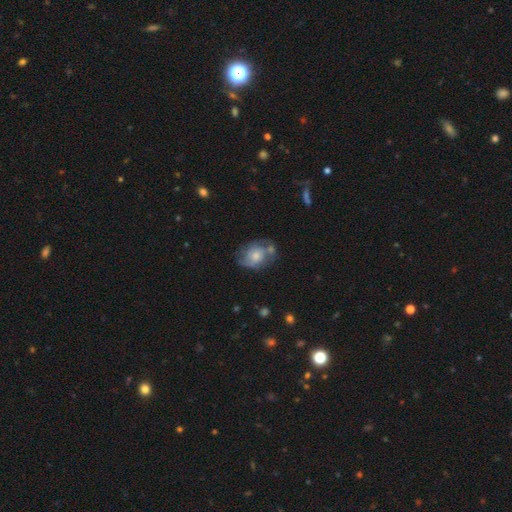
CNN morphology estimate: Smooth or featured? featured or disk (48%)
Merging? none (43%)